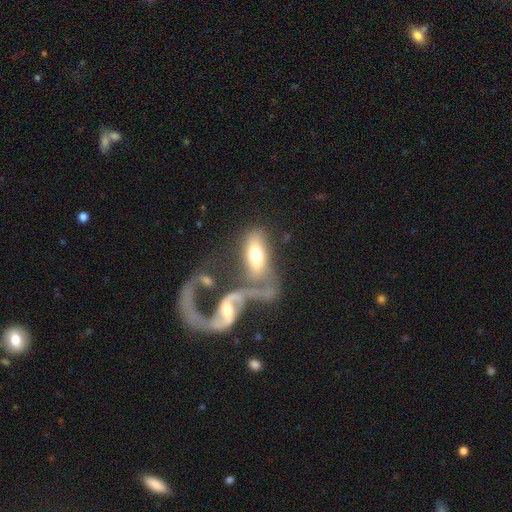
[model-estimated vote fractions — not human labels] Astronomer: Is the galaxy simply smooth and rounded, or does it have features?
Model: smooth — 52% (runner-up: featured or disk, 41%).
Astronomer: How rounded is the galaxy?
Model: in between — 79%.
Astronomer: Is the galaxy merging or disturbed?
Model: merger — 52%.